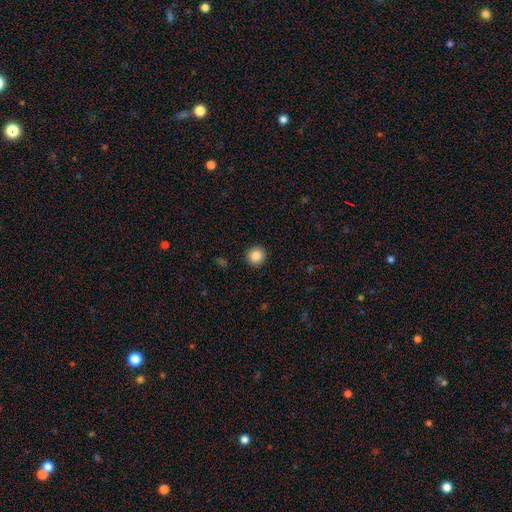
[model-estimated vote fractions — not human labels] Smooth or featured? Predicted: smooth (p=0.86). How rounded? Predicted: round (p=0.93). Merging? Predicted: none (p=0.93).